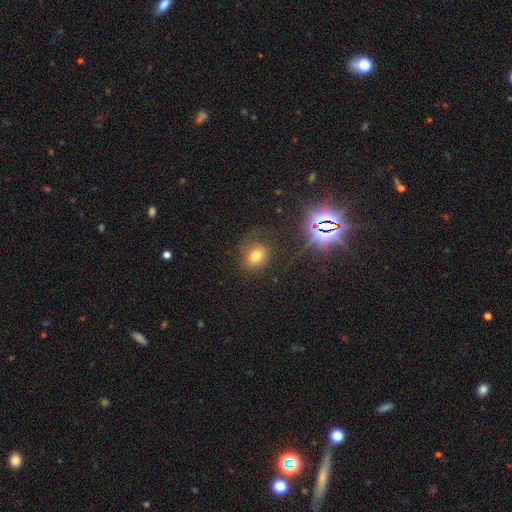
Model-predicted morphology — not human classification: Overall: smooth (67%). How rounded: round (51%; in between 47%). Merging: none (67%).